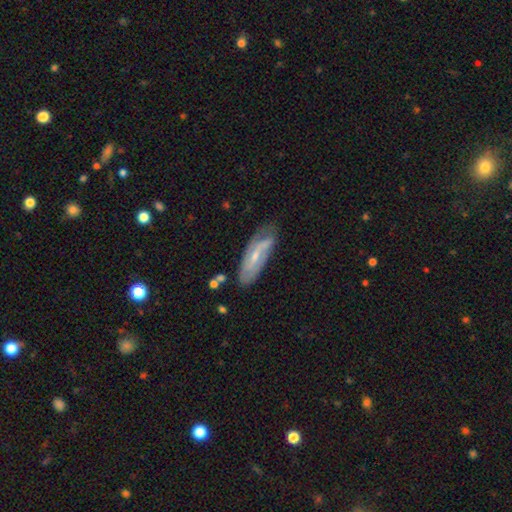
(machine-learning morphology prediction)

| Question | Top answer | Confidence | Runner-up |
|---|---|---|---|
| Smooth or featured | featured or disk | 69% | smooth (24%) |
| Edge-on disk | no | 82% | yes (18%) |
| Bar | weak | 45% | no (29%) |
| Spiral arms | yes | 86% | no (14%) |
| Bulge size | small | 66% | moderate (27%) |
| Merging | none | 67% | minor disturbance (23%) |